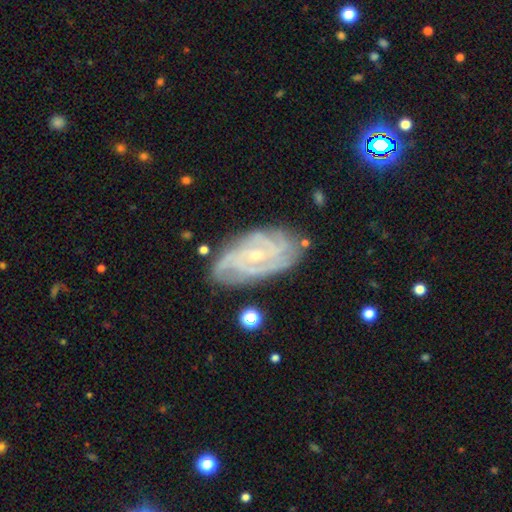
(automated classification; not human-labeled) Morphology: type=featured or disk (87%); edge-on=no (96%); bar=no (60%); spiral arms=yes (97%); winding=tight (66%); arm count=4 (25%, tied with 3); bulge=small (74%); merging=none (76%).